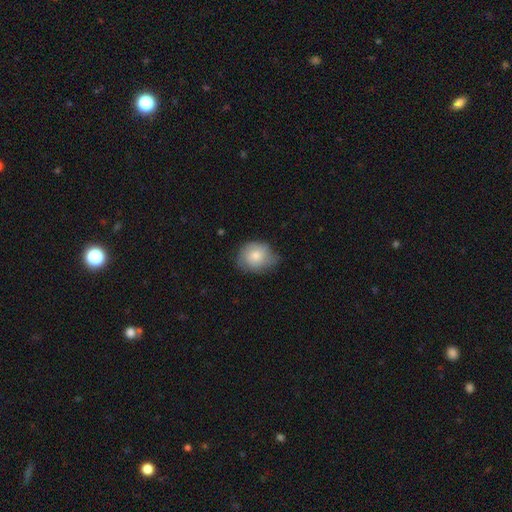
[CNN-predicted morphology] type=smooth (75%); roundness=round (58%); merging=none (55%).